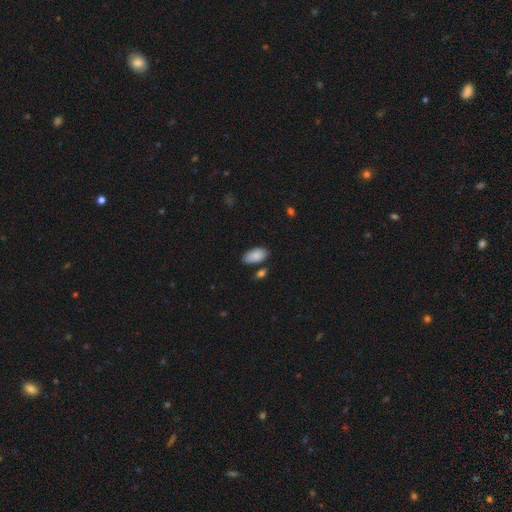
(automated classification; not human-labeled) This appears to be a smooth galaxy with no disk features (87%) that is in between round and cigar-shaped (95%). Merging: none (71%).